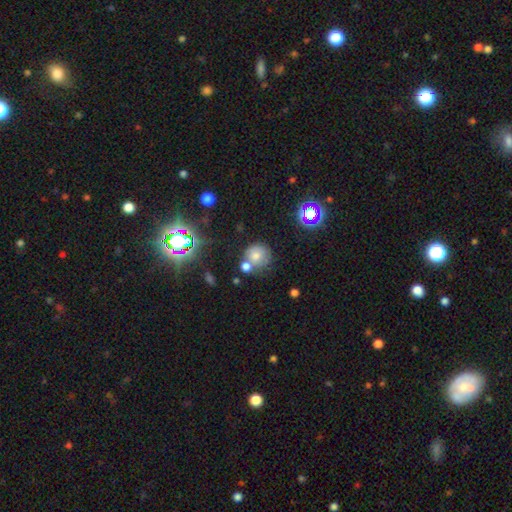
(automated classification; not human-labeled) The model was most divided on "merging": none: 54%, merger: 26%, minor disturbance: 14%, major disturbance: 6%. More confident: how rounded — round (88%); smooth or featured — smooth (66%).